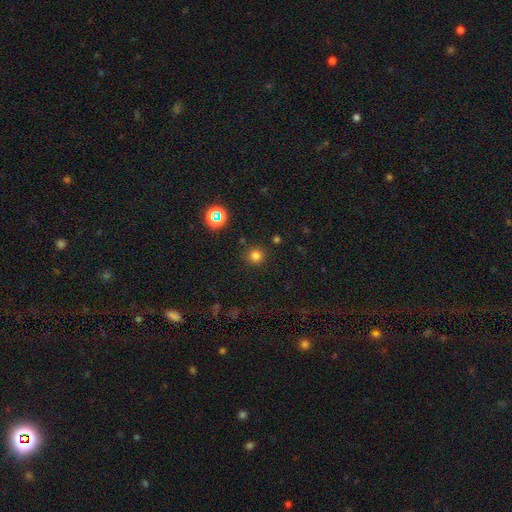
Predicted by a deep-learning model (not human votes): This is likely a smooth galaxy (76%). How rounded: clearly round (94%). Merging: clearly none (87%).